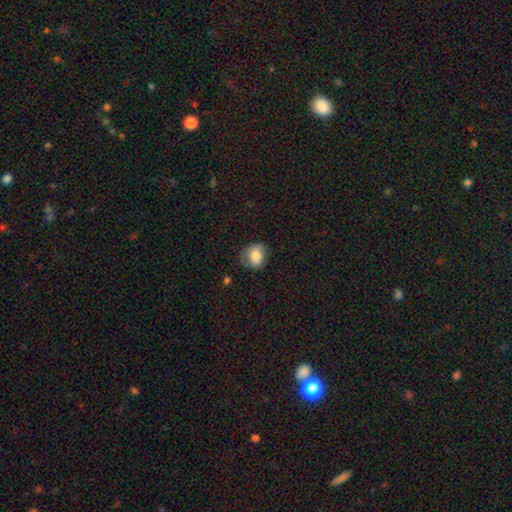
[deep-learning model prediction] This is likely a smooth galaxy (76%). How rounded: possibly round (52%). Merging: possibly none (55%).